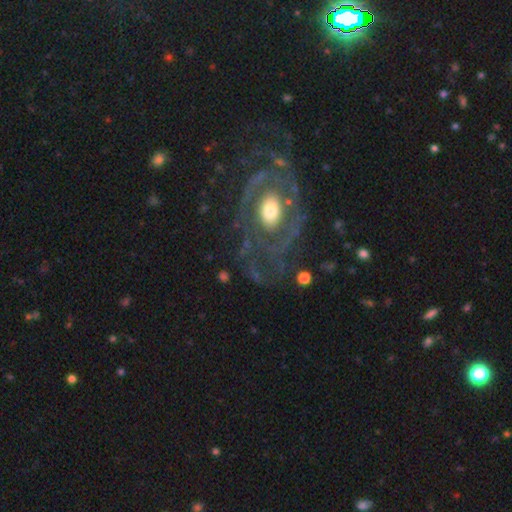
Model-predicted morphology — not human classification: Smooth or featured: featured or disk — 88% (smooth — 6%)
Edge-on disk: no — 96% (yes — 4%)
Bar: no — 62% (weak — 27%)
Spiral arms: yes — 90% (no — 10%)
Spiral winding: tight — 56% (medium — 34%)
Spiral arm count: 2 — 35% (can't tell — 26%)
Bulge size: moderate — 63% (large — 24%)
Merging: none — 70% (minor disturbance — 16%)